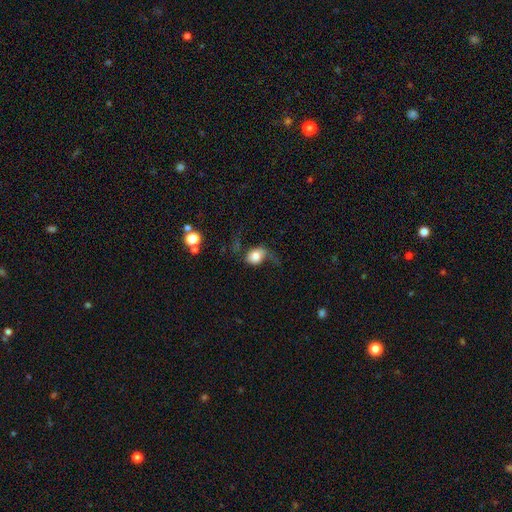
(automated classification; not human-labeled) A smooth galaxy with no disk features (56%) that is in between round and cigar-shaped (54%). Merging: major disturbance (39%).